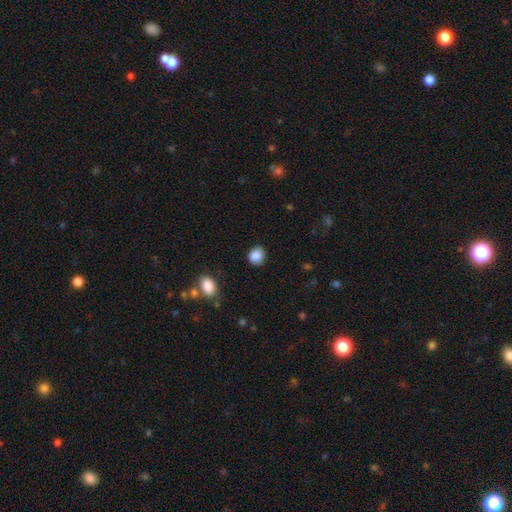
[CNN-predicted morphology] smooth 87%, star or artifact 8%, featured or disk 4%. Down the decision tree: how rounded — round (71%); merging — none (82%).